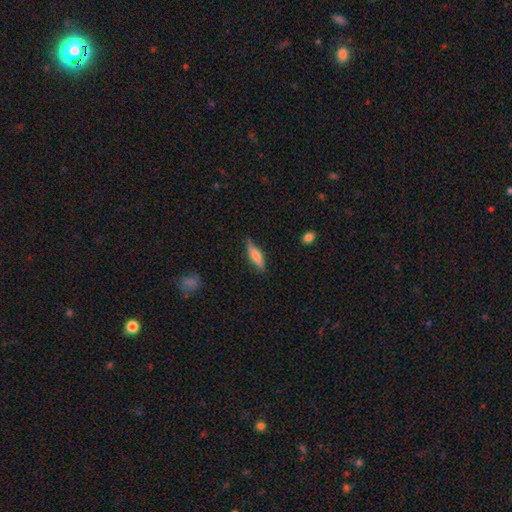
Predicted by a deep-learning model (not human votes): A smooth galaxy with no disk features (60%) that is cigar-shaped (61%).

Vote fractions:
- Smooth or featured? smooth: 60% / featured or disk: 34% / star or artifact: 6%
- How rounded? cigar-shaped: 61% / in between: 37% / round: 2%
- Merging? none: 81% / minor disturbance: 15% / major disturbance: 3% / merger: 1%